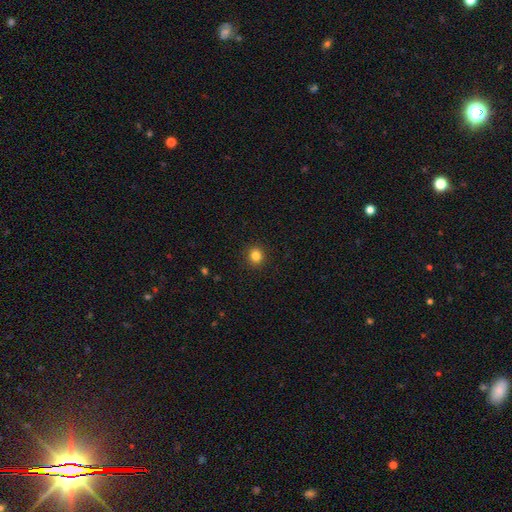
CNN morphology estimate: Smooth or featured: smooth — 83% (star or artifact — 12%)
How rounded: round — 88% (in between — 11%)
Merging: none — 92% (minor disturbance — 5%)